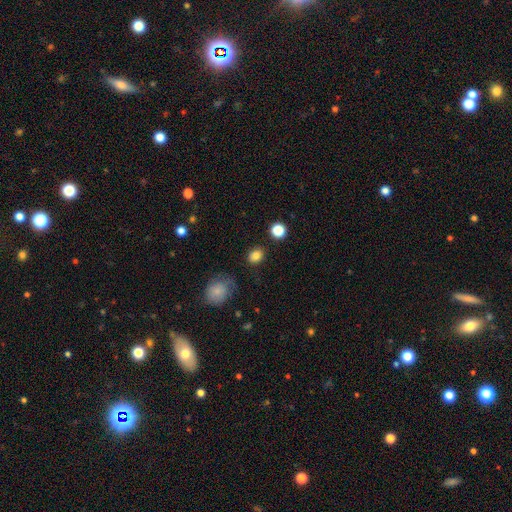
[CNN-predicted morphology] Q: Smooth or featured?
A: smooth (85%); runner-up: star or artifact (11%)
Q: How rounded?
A: round (52%); runner-up: in between (47%)
Q: Merging?
A: none (84%); runner-up: minor disturbance (10%)